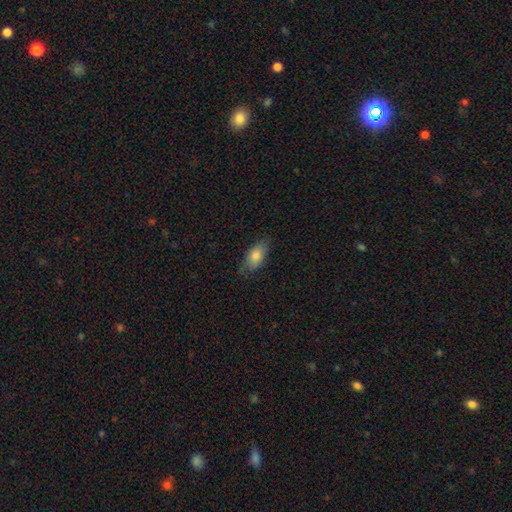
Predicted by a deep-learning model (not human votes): Overall: smooth (77%). How rounded: in between (87%). Merging: none (75%).